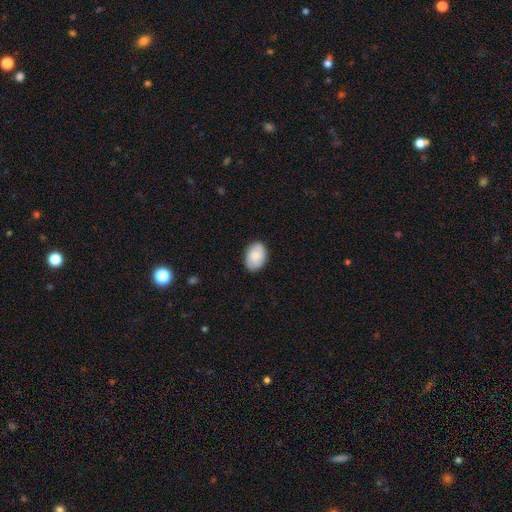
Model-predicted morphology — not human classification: Smooth or featured? smooth (77%)
How rounded? in between (85%)
Merging? none (84%)